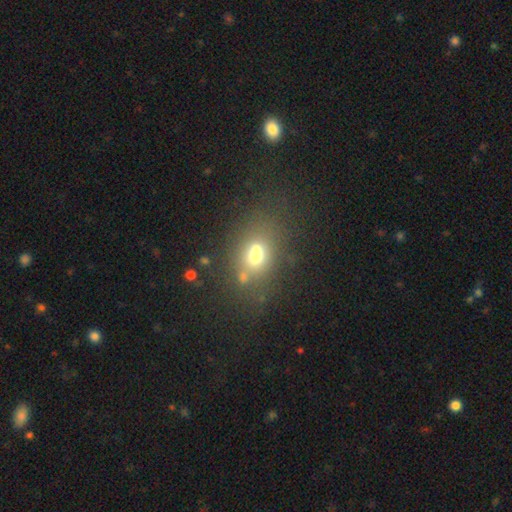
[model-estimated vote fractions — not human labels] smooth-or-featured: smooth: 61% | featured or disk: 22% | star or artifact: 17%
  how-rounded: in between: 56% | round: 42% | cigar-shaped: 2%
  merging: none: 45% | merger: 34% | minor disturbance: 13% | major disturbance: 8%